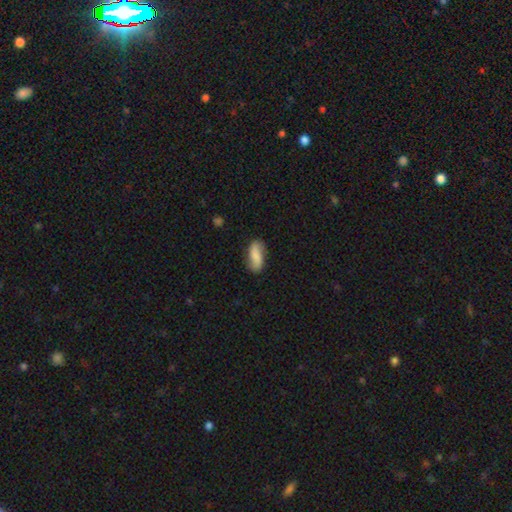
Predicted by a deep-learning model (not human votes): Smooth or featured?
  - smooth: 65% *
  - featured or disk: 28%
  - star or artifact: 7%
How rounded?
  - in between: 82% *
  - cigar-shaped: 15%
  - round: 3%
Merging?
  - none: 76% *
  - minor disturbance: 18%
  - major disturbance: 4%
  - merger: 2%